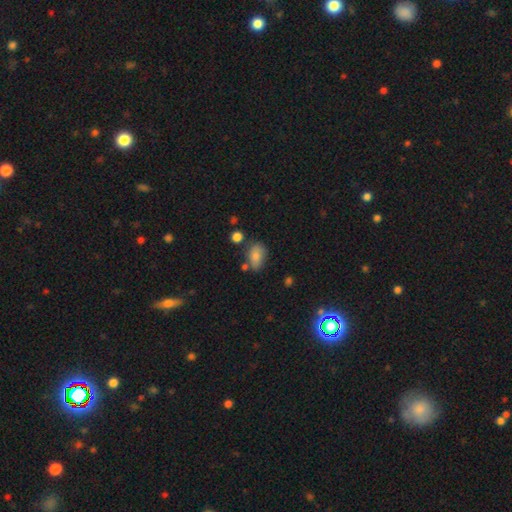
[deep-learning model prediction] Smooth or featured?
  - smooth: 80% *
  - featured or disk: 11%
  - star or artifact: 9%
How rounded?
  - in between: 85% *
  - round: 13%
  - cigar-shaped: 2%
Merging?
  - none: 64% *
  - minor disturbance: 22%
  - merger: 8%
  - major disturbance: 6%